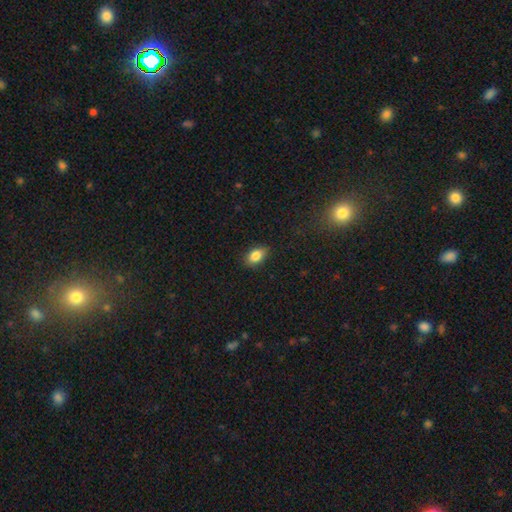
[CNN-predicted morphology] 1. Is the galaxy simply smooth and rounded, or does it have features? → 85% smooth, 8% star or artifact, 6% featured or disk.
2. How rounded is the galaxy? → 87% in between, 11% round, 2% cigar-shaped.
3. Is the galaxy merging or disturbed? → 86% none, 11% minor disturbance, 2% major disturbance, 1% merger.